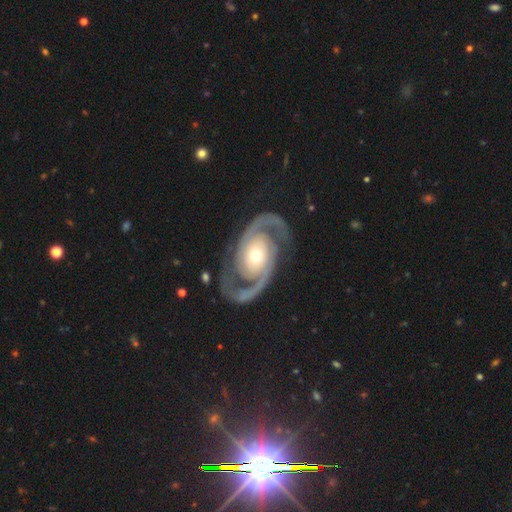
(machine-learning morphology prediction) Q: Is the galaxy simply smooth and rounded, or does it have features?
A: featured or disk — 94%.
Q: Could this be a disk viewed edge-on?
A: no — 98%.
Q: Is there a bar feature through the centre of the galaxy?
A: no — 73%.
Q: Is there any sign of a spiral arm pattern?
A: yes — 98%.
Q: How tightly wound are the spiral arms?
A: medium — 47%.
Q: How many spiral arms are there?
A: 2 — 94%.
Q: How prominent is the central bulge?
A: moderate — 59%.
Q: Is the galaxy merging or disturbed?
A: none — 81%.